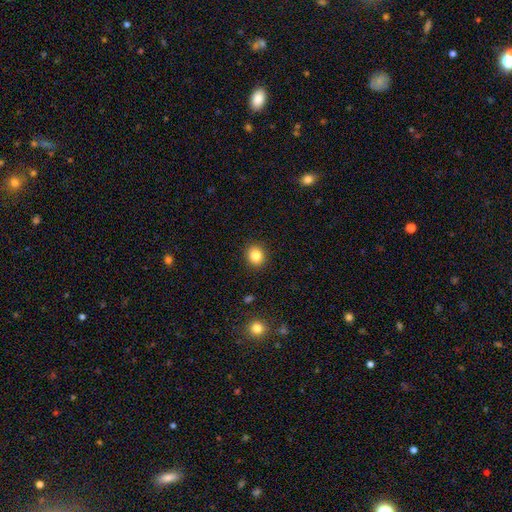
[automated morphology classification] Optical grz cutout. It shows a smooth galaxy with no disk features (84%) that is round (83%). Merging: none (91%).